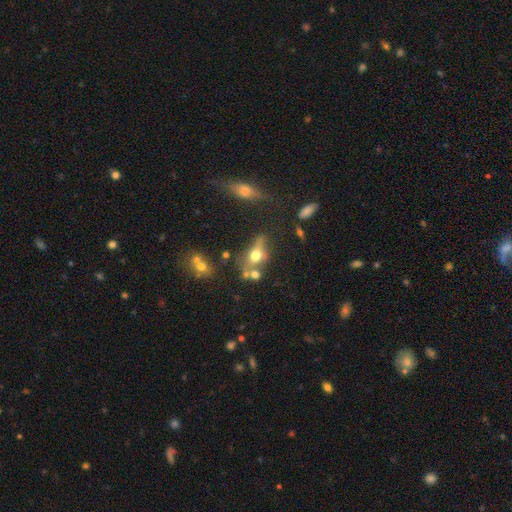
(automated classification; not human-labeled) Smooth or featured? Predicted: smooth (p=0.53). How rounded? Predicted: in between (p=0.55). Merging? Predicted: none (p=0.42).